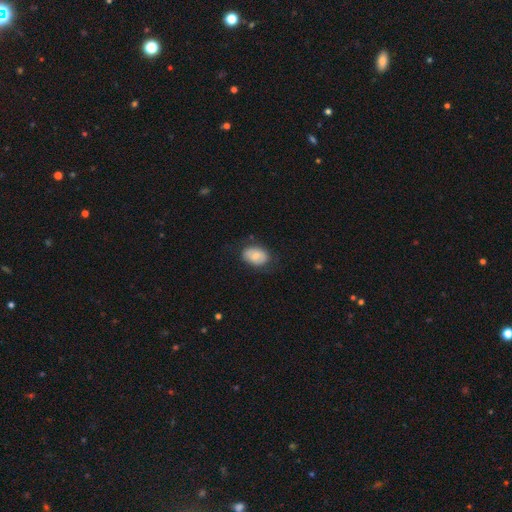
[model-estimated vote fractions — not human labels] Smooth or featured? smooth (74%)
How rounded? in between (81%)
Merging? none (74%)